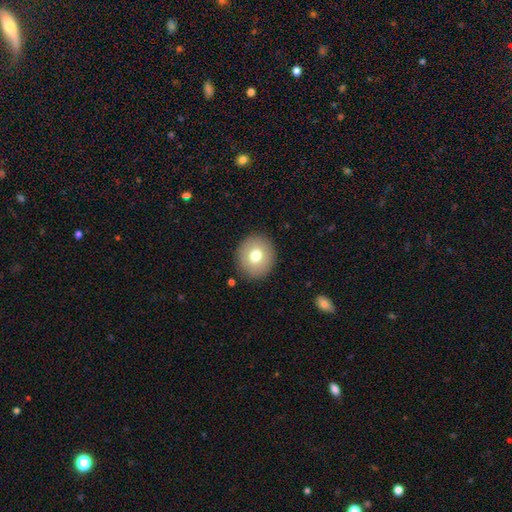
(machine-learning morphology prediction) smooth-or-featured: smooth: 74% | featured or disk: 17% | star or artifact: 9%
  how-rounded: round: 83% | in between: 16% | cigar-shaped: 1%
  merging: none: 90% | minor disturbance: 7% | major disturbance: 2% | merger: 1%